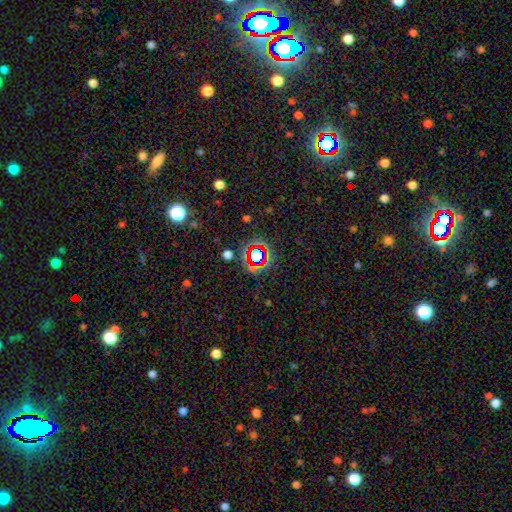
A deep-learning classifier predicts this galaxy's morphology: The model was most divided on "smooth or featured": star or artifact: 64%, smooth: 25%, featured or disk: 12%.